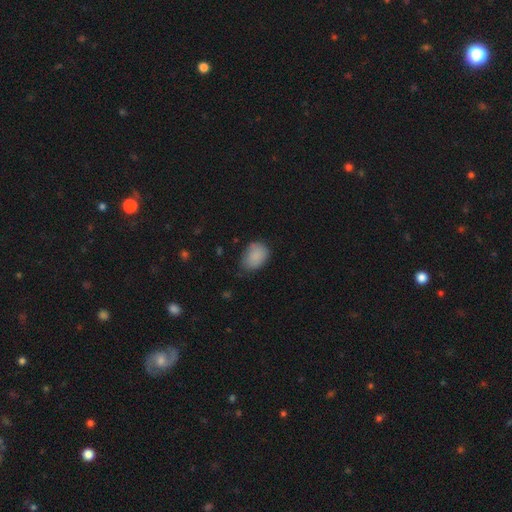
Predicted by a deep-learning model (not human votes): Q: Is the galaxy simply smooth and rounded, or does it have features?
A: smooth — 86%.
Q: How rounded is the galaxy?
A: in between — 74%.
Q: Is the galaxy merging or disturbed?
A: none — 60%.